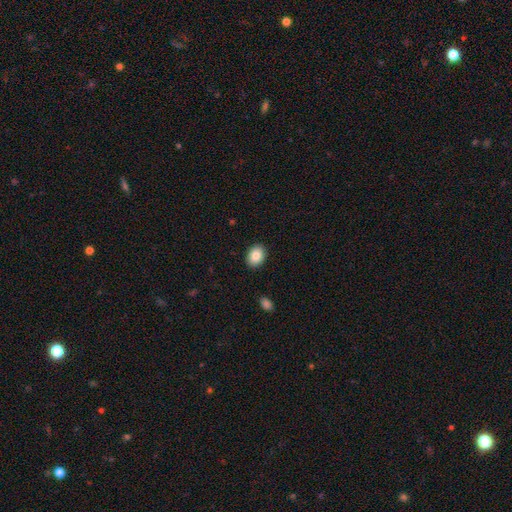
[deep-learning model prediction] Smooth or featured? smooth (85%)
How rounded? in between (71%)
Merging? none (90%)